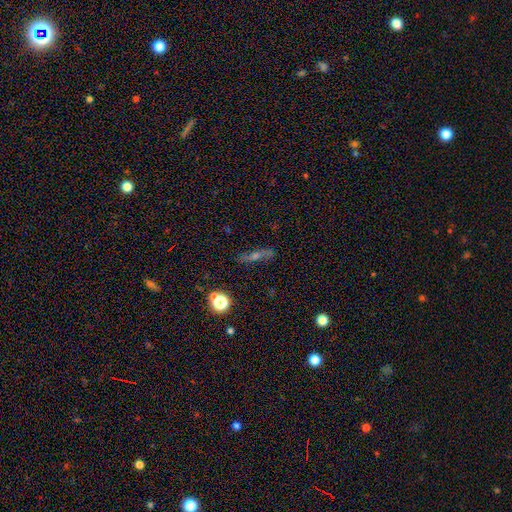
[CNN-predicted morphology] Smooth or featured?
  - featured or disk: 48% *
  - smooth: 32%
  - star or artifact: 19%
Merging?
  - none: 82% *
  - minor disturbance: 12%
  - major disturbance: 4%
  - merger: 3%